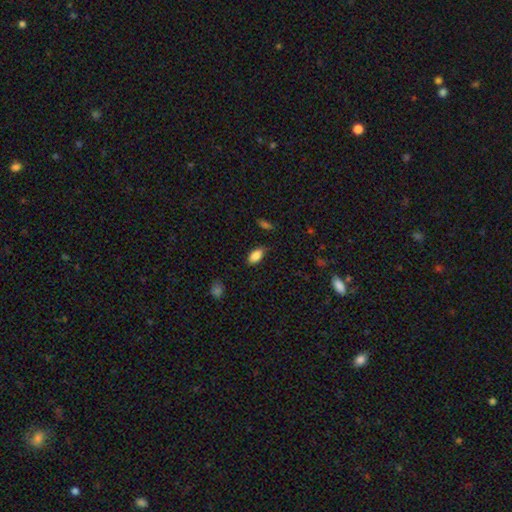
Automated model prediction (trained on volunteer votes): Overall: smooth (85%). How rounded: in between (92%). Merging: none (77%).